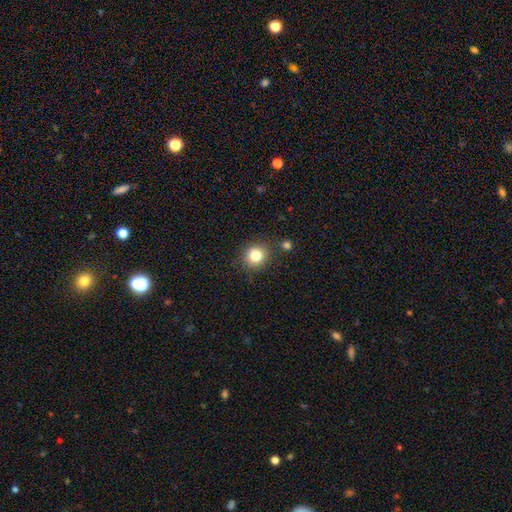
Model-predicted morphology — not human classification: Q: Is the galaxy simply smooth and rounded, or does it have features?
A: smooth — 81%.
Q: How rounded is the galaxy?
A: round — 88%.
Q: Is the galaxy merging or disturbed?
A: none — 83%.